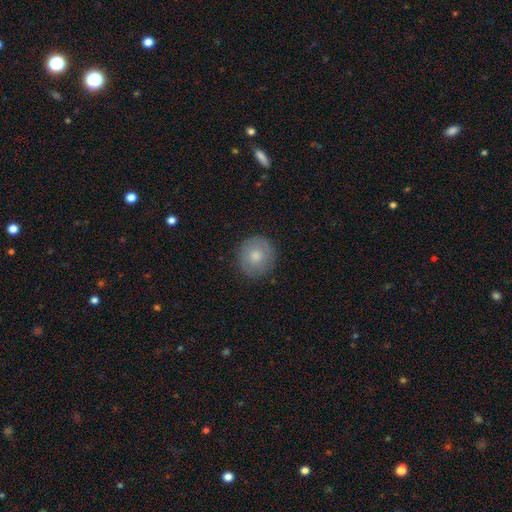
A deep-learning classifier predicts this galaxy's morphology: Smooth or featured? smooth (74%)
How rounded? round (91%)
Merging? none (87%)